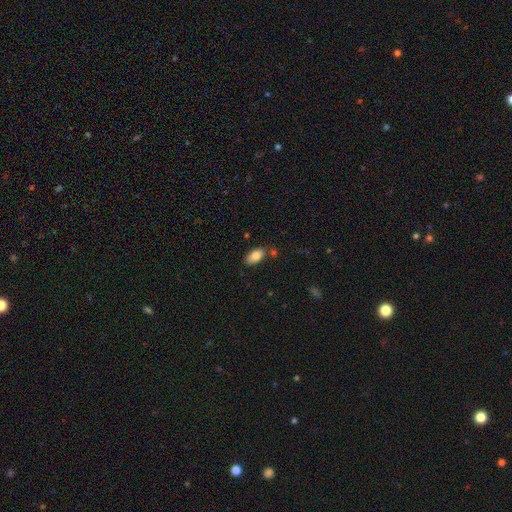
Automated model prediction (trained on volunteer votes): smooth-or-featured: smooth: 83% | featured or disk: 9% | star or artifact: 8%
  how-rounded: in between: 93% | round: 4% | cigar-shaped: 3%
  merging: none: 75% | minor disturbance: 15% | merger: 7% | major disturbance: 3%